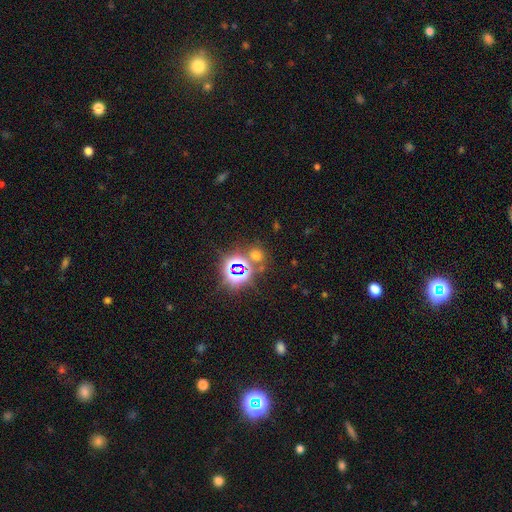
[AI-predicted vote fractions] star or artifact 52%, smooth 40%, featured or disk 8%.